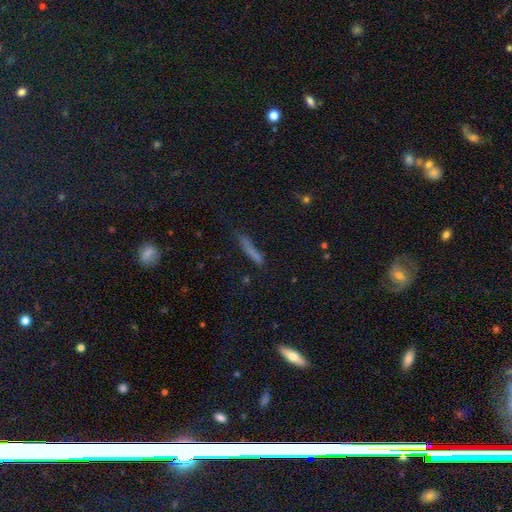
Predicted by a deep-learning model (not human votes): The model was most divided on "smooth or featured": smooth: 64%, featured or disk: 21%, star or artifact: 15%. More confident: how rounded — cigar-shaped (88%); merging — none (69%).